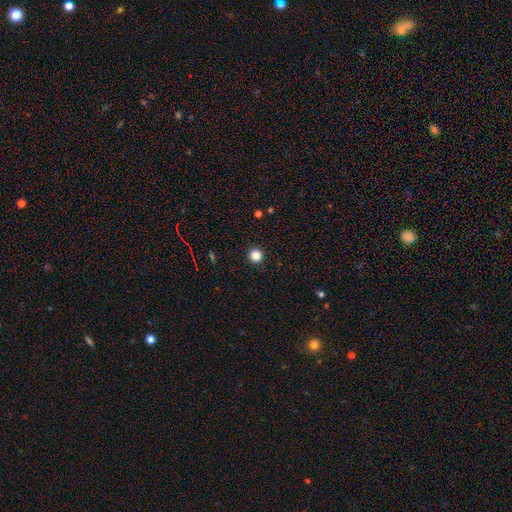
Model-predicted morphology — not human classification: smooth-or-featured: smooth: 85% | star or artifact: 12% | featured or disk: 3%
  how-rounded: round: 96% | in between: 3% | cigar-shaped: 1%
  merging: none: 93% | minor disturbance: 4% | major disturbance: 2% | merger: 1%